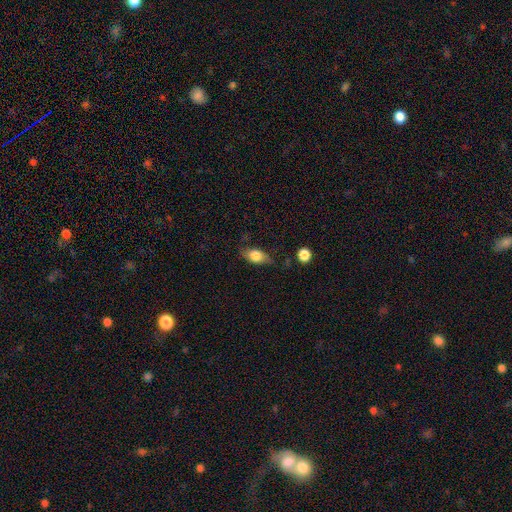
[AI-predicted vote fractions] A smooth galaxy with no disk features (70%) that is in between round and cigar-shaped (80%).

Vote fractions:
- Smooth or featured? smooth: 70% / featured or disk: 22% / star or artifact: 8%
- How rounded? in between: 80% / round: 12% / cigar-shaped: 7%
- Merging? none: 65% / minor disturbance: 25% / major disturbance: 8% / merger: 2%